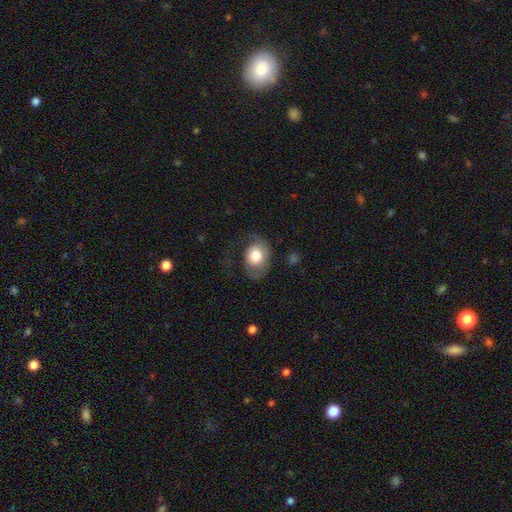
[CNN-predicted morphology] The model was most divided on "merging": none: 48%, minor disturbance: 26%, major disturbance: 25%, merger: 2%. More confident: smooth or featured — smooth (71%); how rounded — in between (61%).